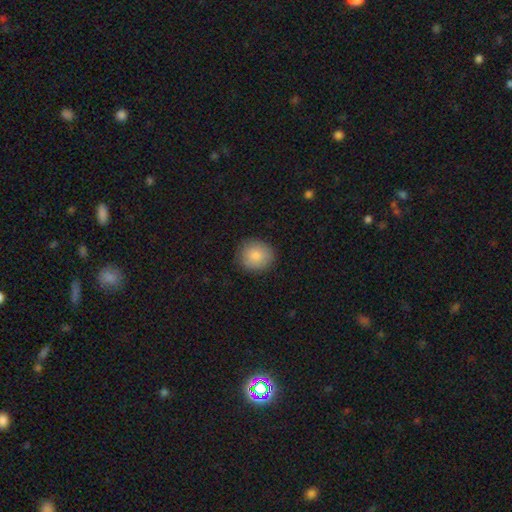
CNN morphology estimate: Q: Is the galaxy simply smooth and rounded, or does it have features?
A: smooth — 85%.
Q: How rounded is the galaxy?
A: round — 86%.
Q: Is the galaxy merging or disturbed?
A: none — 86%.